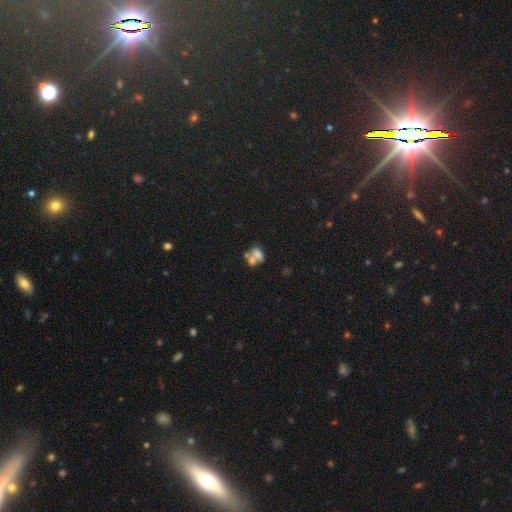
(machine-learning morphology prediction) Smooth or featured: smooth — 60% (featured or disk — 27%)
How rounded: in between — 68% (round — 30%)
Merging: merger — 59% (none — 23%)